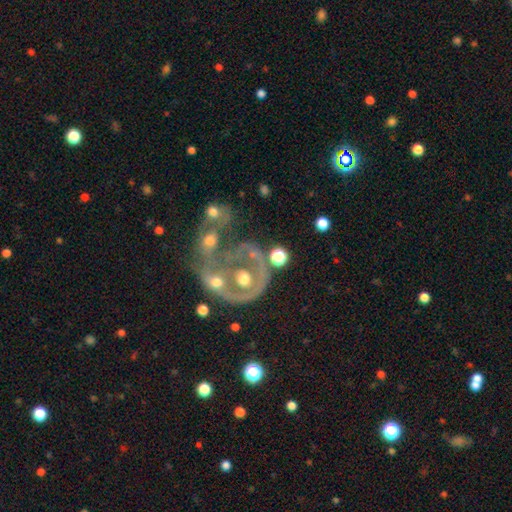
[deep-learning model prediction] A featured or disk galaxy (68%) with no bar (86%), no spiral arms (72%) and a moderate central bulge (58%). Merging: merger (48%).